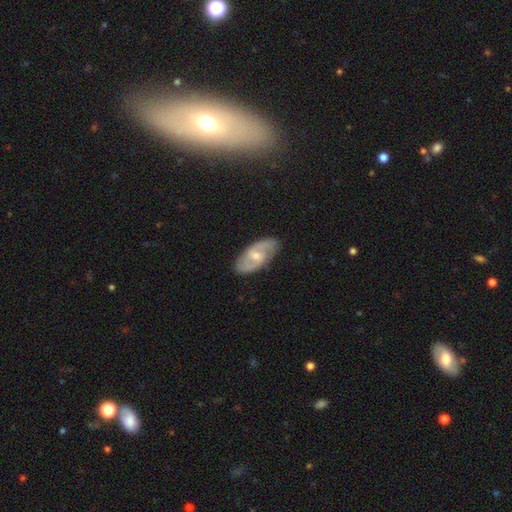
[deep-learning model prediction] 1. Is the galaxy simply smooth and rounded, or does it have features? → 70% featured or disk, 25% smooth, 5% star or artifact.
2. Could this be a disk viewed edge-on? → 93% no, 7% yes.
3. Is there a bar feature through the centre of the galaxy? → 51% weak, 39% no, 10% strong.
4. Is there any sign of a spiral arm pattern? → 87% yes, 13% no.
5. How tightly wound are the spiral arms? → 49% medium, 29% tight, 22% loose.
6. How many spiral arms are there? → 82% 2, 11% can't tell, 2% 3, 2% 1, 1% 4, 1% more than 4.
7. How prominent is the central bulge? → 50% moderate, 44% small, 3% none, 2% large, 1% dominant.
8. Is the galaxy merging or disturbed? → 83% none, 13% minor disturbance, 3% major disturbance, 1% merger.